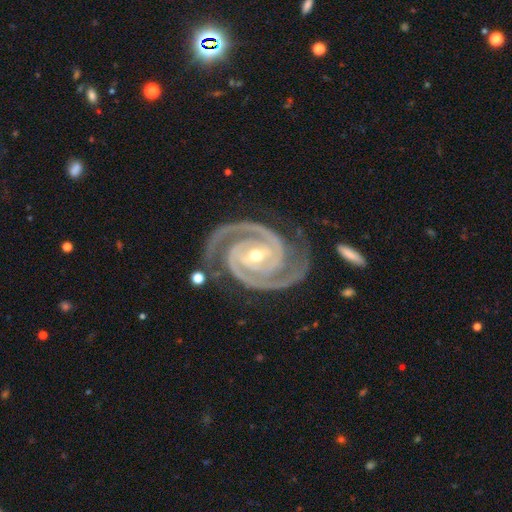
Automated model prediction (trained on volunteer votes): Smooth or featured: featured or disk — 95% (star or artifact — 3%)
Edge-on disk: no — 98% (yes — 2%)
Bar: strong — 38% (weak — 31%)
Spiral arms: yes — 99% (no — 1%)
Spiral winding: tight — 74% (medium — 23%)
Spiral arm count: 2 — 92% (3 — 4%)
Bulge size: small — 49% (moderate — 48%)
Merging: none — 80% (minor disturbance — 13%)